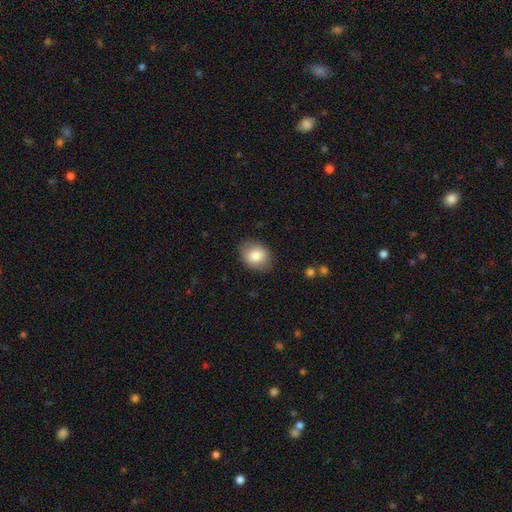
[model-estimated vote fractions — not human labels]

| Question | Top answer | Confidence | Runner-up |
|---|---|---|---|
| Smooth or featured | smooth | 82% | featured or disk (11%) |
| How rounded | in between | 60% | round (39%) |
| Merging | none | 83% | minor disturbance (13%) |